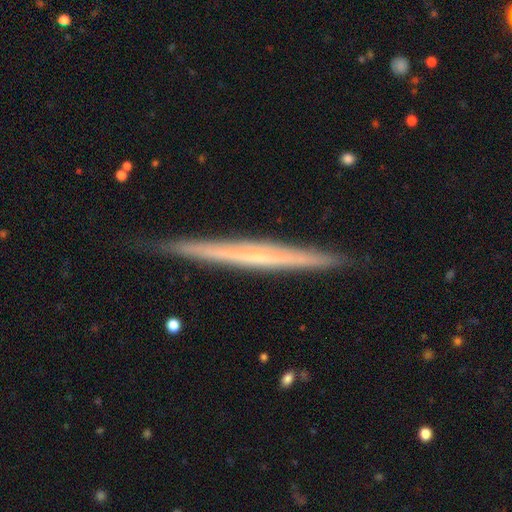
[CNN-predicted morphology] This appears to be a featured or disk galaxy (71%) viewed edge-on (97%) with no central bulge (73%). Merging: none (88%).